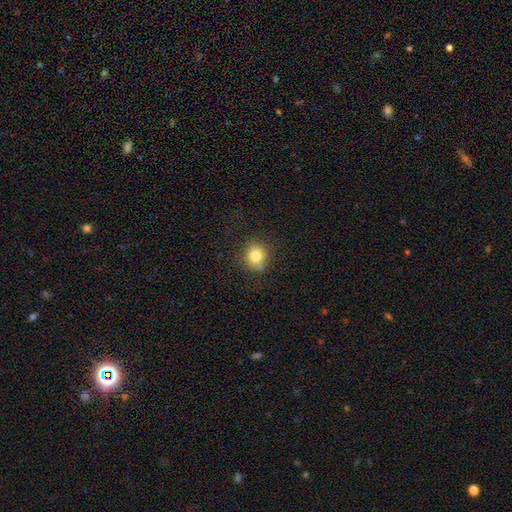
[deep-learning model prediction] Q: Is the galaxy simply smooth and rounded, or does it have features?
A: smooth — 80%.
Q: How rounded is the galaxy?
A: round — 85%.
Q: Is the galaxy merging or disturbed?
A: none — 78%.